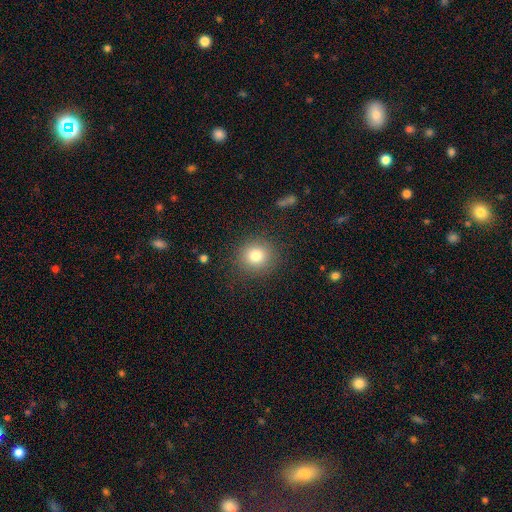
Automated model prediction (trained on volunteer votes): A smooth galaxy with no disk features (80%) that is round (89%). Merging: none (87%).